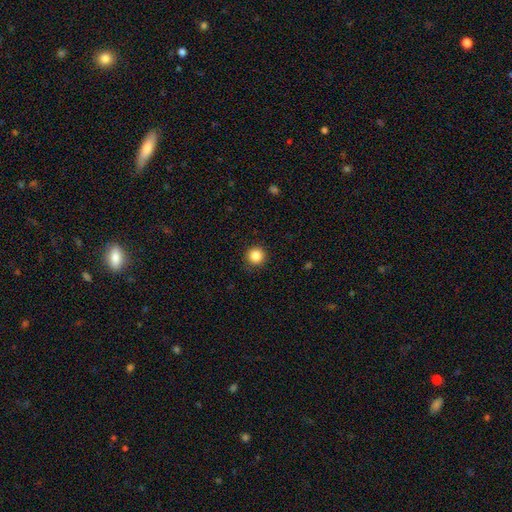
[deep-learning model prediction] A smooth galaxy with no disk features (86%) that is round (95%).

Vote fractions:
- Smooth or featured? smooth: 86% / star or artifact: 10% / featured or disk: 4%
- How rounded? round: 95% / in between: 4% / cigar-shaped: 1%
- Merging? none: 92% / minor disturbance: 6% / major disturbance: 2% / merger: 1%